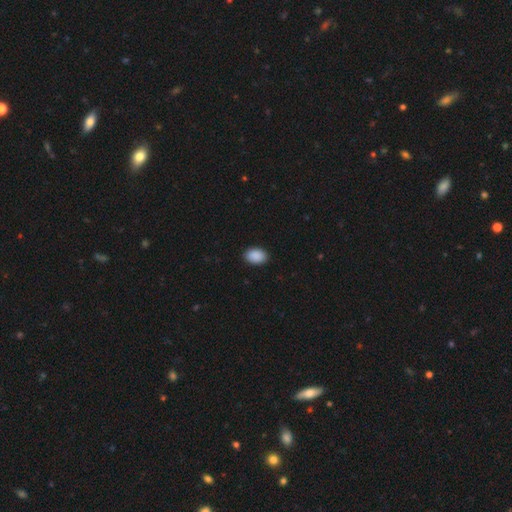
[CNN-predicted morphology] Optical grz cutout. It shows a smooth galaxy with no disk features (91%) that is in between round and cigar-shaped (85%). Merging: none (90%).